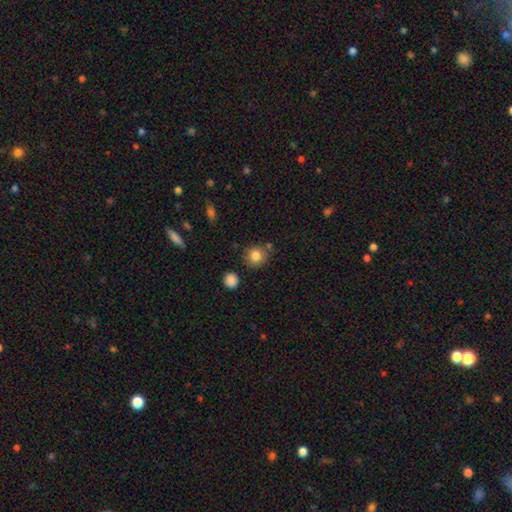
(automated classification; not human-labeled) Smooth or featured?
  - smooth: 83% *
  - star or artifact: 11%
  - featured or disk: 7%
How rounded?
  - round: 88% *
  - in between: 11%
  - cigar-shaped: 1%
Merging?
  - none: 78% *
  - minor disturbance: 11%
  - merger: 7%
  - major disturbance: 3%